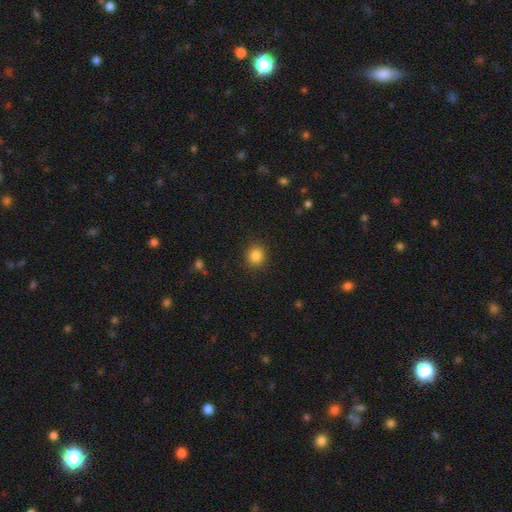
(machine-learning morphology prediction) A smooth galaxy with no disk features (86%) that is round (83%). Merging: none (90%).